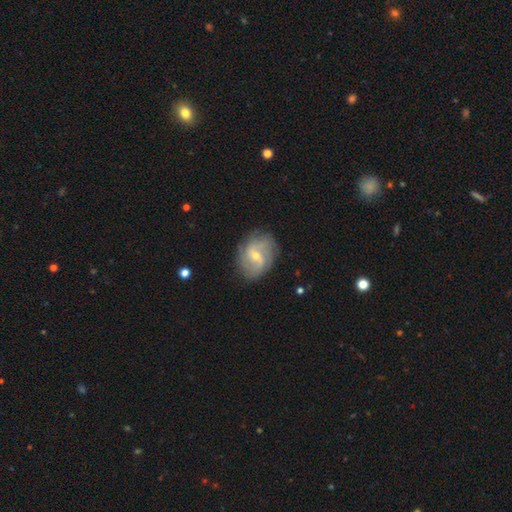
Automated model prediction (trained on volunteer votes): A featured or disk galaxy (77%) with a weak bar (53%), 2 (48%) medium (41%) spiral arms (90%) and a small central bulge (58%). Merging: none (77%).